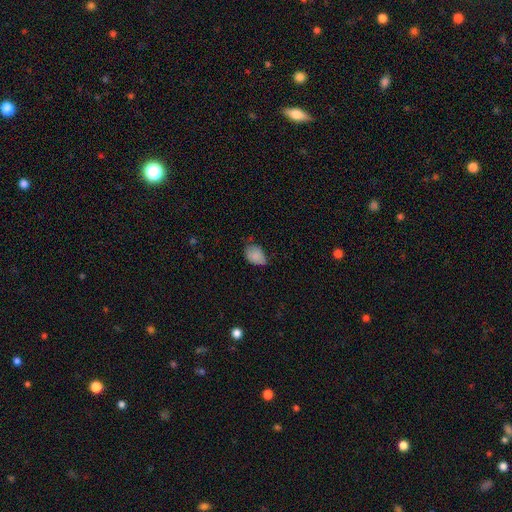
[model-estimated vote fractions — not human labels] The model was most divided on "merging": none: 48%, minor disturbance: 40%, major disturbance: 9%, merger: 2%. More confident: smooth or featured — smooth (83%); how rounded — in between (78%).